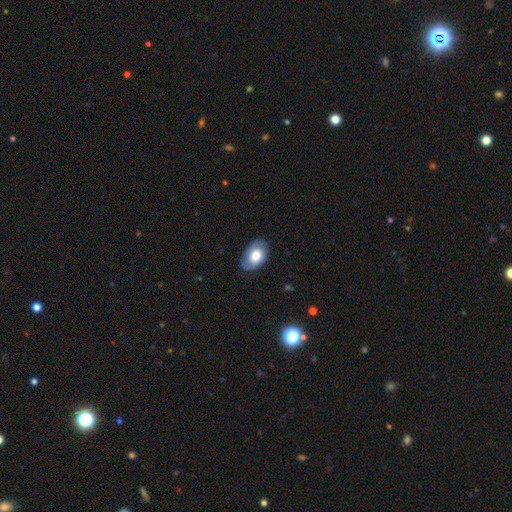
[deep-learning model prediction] smooth 56%, featured or disk 37%, star or artifact 7%. Down the decision tree: how rounded — in between (88%); merging — none (77%).